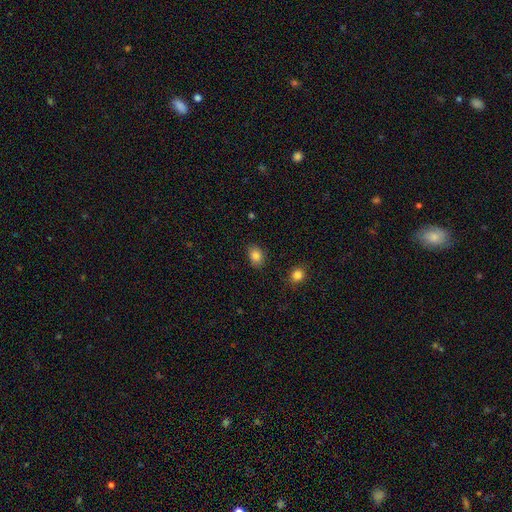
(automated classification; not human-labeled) Smooth or featured? smooth (84%)
How rounded? in between (67%)
Merging? none (86%)